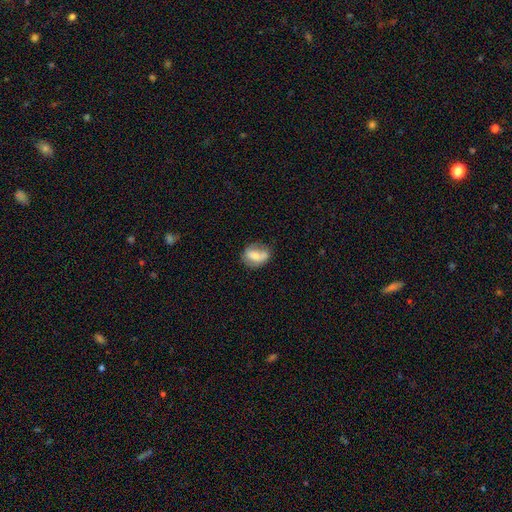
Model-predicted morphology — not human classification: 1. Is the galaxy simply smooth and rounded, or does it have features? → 65% smooth, 27% featured or disk, 8% star or artifact.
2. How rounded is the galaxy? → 63% in between, 34% round, 2% cigar-shaped.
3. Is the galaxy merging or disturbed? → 51% none, 30% minor disturbance, 13% major disturbance, 6% merger.